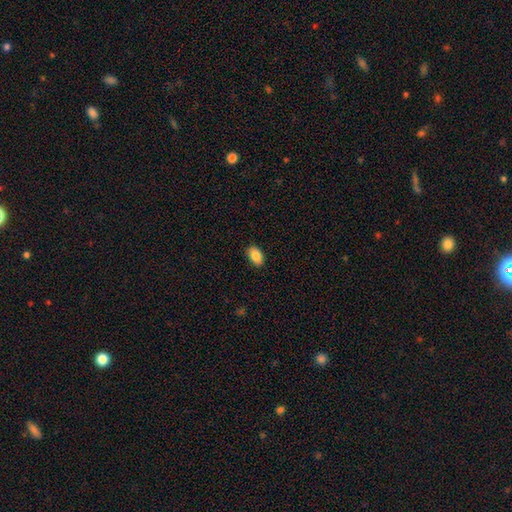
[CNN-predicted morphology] Overall: smooth (87%). How rounded: in between (91%). Merging: none (88%).